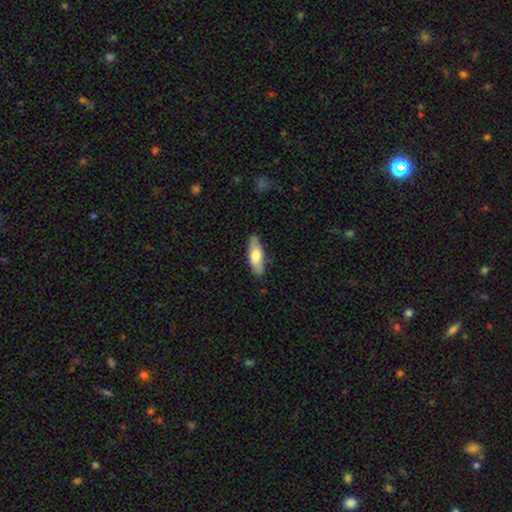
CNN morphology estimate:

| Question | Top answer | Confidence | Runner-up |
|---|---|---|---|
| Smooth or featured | smooth | 65% | featured or disk (29%) |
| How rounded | in between | 61% | cigar-shaped (37%) |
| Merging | none | 83% | minor disturbance (13%) |